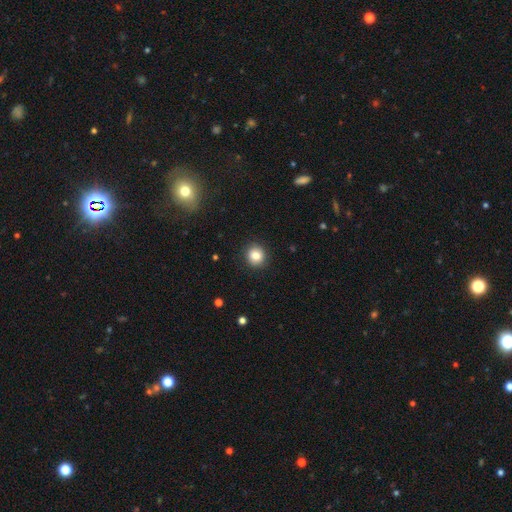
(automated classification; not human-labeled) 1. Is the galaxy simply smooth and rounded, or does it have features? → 82% smooth, 10% star or artifact, 7% featured or disk.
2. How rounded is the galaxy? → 86% round, 13% in between, 1% cigar-shaped.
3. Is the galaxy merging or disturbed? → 91% none, 6% minor disturbance, 2% major disturbance, 1% merger.